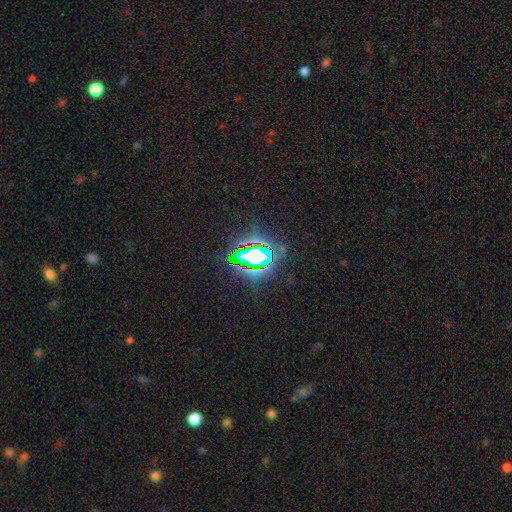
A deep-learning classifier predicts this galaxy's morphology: Smooth or featured?
  - star or artifact: 74% *
  - smooth: 15%
  - featured or disk: 11%